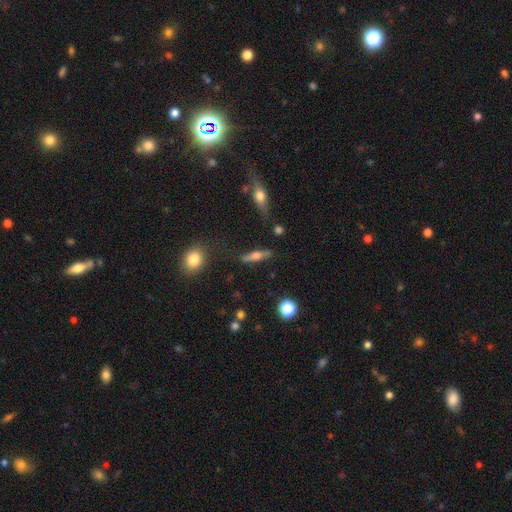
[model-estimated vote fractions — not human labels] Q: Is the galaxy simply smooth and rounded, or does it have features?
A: featured or disk — 51%.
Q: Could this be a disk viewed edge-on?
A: yes — 91%.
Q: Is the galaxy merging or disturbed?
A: none — 77%.